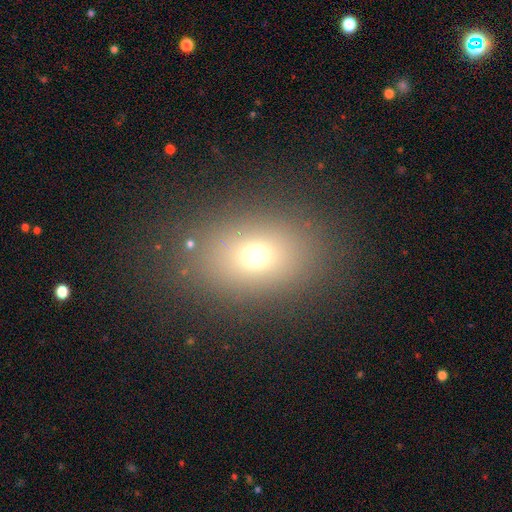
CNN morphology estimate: smooth 69%, star or artifact 18%, featured or disk 13%. Down the decision tree: how rounded — in between (67%); merging — none (83%).